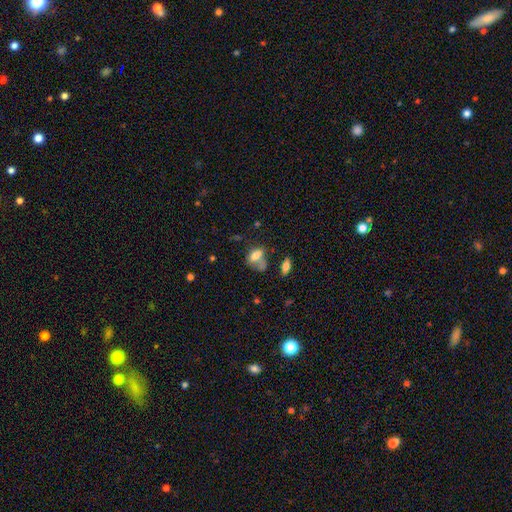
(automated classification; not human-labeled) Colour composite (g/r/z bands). It shows a smooth galaxy with no disk features (71%) that is in between round and cigar-shaped (81%). Merging: none (33%).